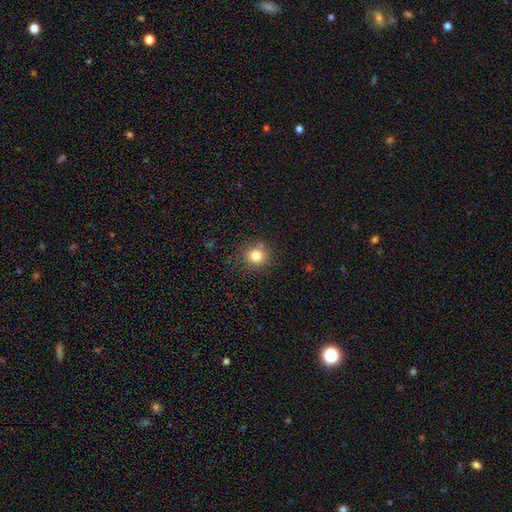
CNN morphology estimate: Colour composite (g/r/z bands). It shows a smooth galaxy with no disk features (80%) that is round (85%). Merging: none (77%).